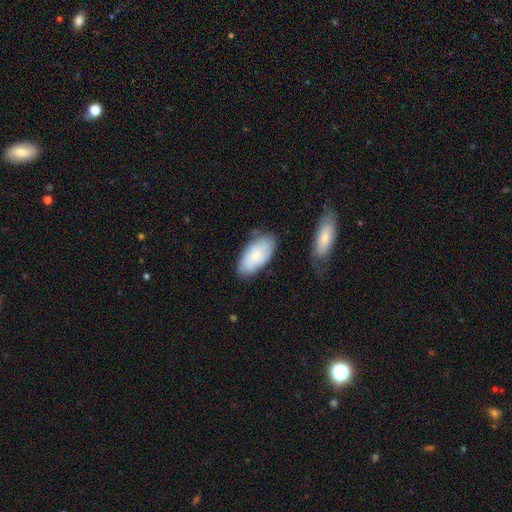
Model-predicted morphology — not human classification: Smooth or featured: smooth — 74% (featured or disk — 20%)
How rounded: in between — 94% (cigar-shaped — 4%)
Merging: none — 70% (minor disturbance — 21%)